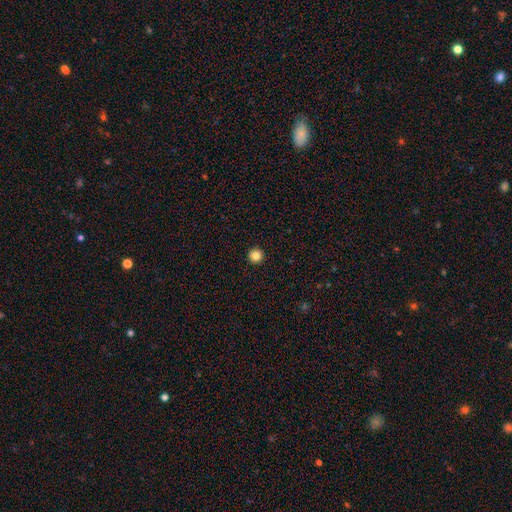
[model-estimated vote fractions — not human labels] Smooth or featured? Predicted: smooth (p=0.84). How rounded? Predicted: round (p=0.97). Merging? Predicted: none (p=0.95).